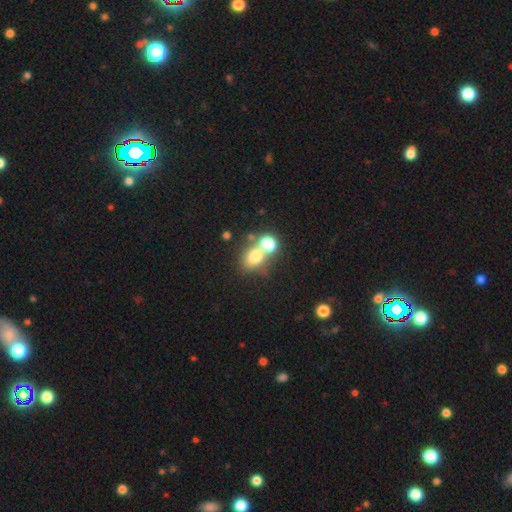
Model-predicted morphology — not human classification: Overall: smooth (70%). How rounded: round (60%; in between 39%). Merging: merger (47%; none 39%).